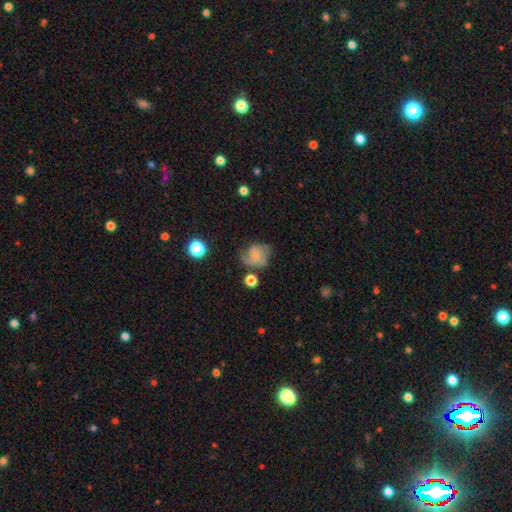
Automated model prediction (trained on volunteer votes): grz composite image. It shows a featured or disk galaxy (52%) with no bar (72%), spiral arms (85%) and a small central bulge (65%). Merging: none (56%).